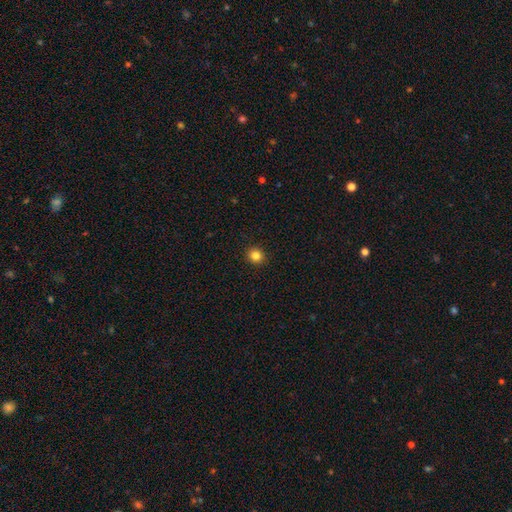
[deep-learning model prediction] Smooth or featured?
  - smooth: 83% *
  - star or artifact: 12%
  - featured or disk: 4%
How rounded?
  - round: 90% *
  - in between: 9%
  - cigar-shaped: 1%
Merging?
  - none: 93% *
  - minor disturbance: 5%
  - major disturbance: 2%
  - merger: 1%